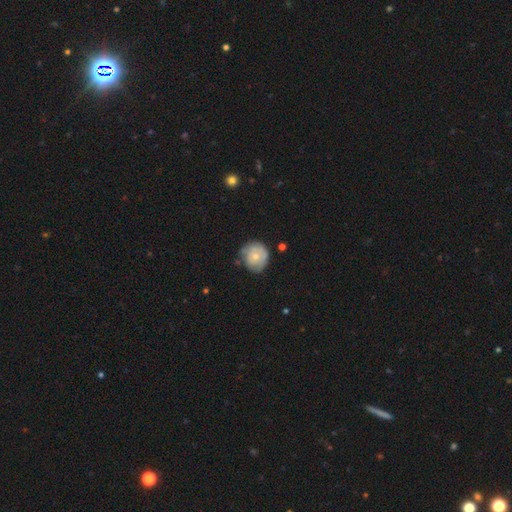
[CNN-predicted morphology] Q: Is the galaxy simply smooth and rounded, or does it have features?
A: smooth — 55%.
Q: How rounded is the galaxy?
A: round — 82%.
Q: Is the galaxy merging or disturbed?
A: none — 62%.